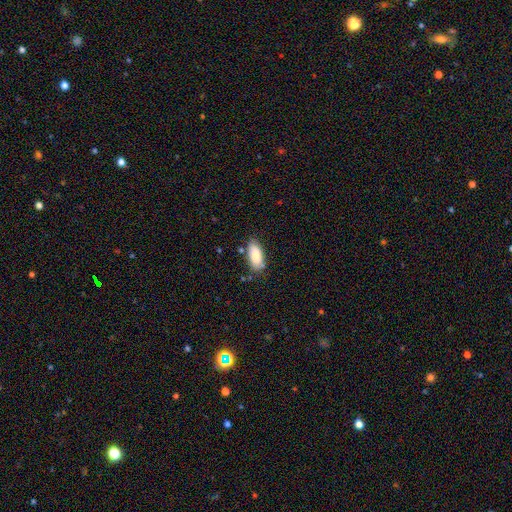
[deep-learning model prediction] Smooth or featured? Predicted: smooth (p=0.81). How rounded? Predicted: in between (p=0.89). Merging? Predicted: none (p=0.76).